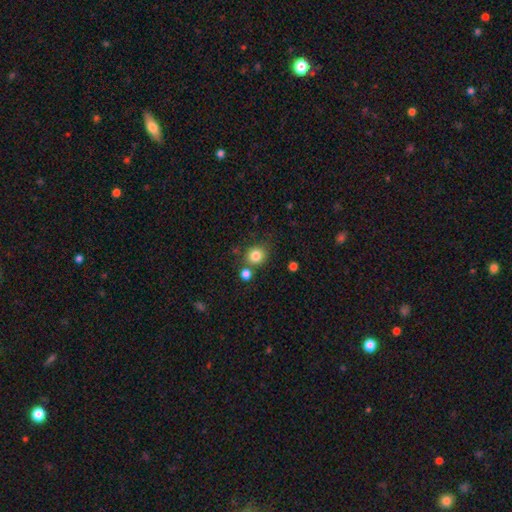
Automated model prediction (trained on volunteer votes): smooth-or-featured: smooth: 83% | star or artifact: 11% | featured or disk: 6%
  how-rounded: round: 84% | in between: 15% | cigar-shaped: 1%
  merging: none: 72% | merger: 13% | minor disturbance: 11% | major disturbance: 4%